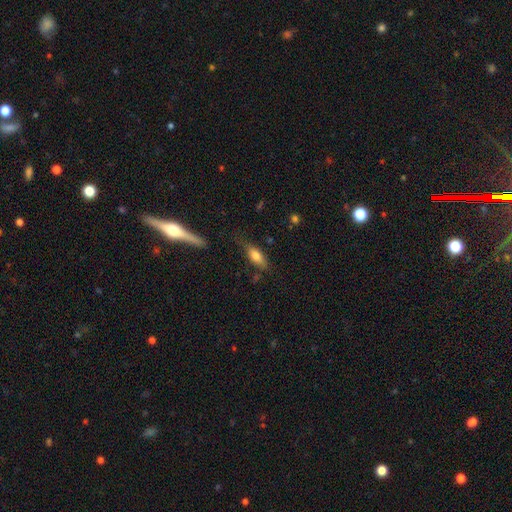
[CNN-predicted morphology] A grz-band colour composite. It shows a smooth galaxy with no disk features (69%) that is in between round and cigar-shaped (63%). Merging: none (64%).